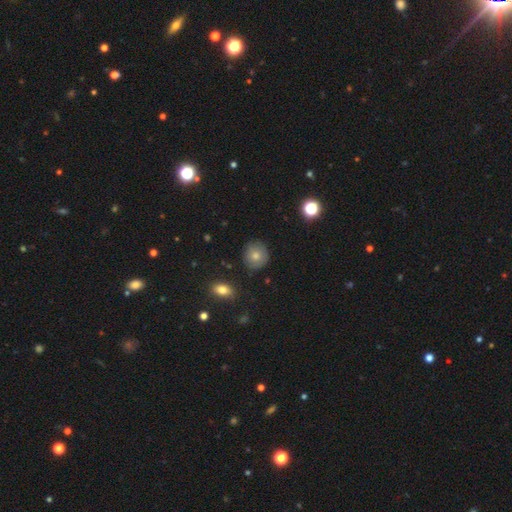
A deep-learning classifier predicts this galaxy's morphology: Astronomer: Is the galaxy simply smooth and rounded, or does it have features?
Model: smooth — 74%.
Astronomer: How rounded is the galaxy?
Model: round — 84%.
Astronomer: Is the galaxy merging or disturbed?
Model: none — 85%.